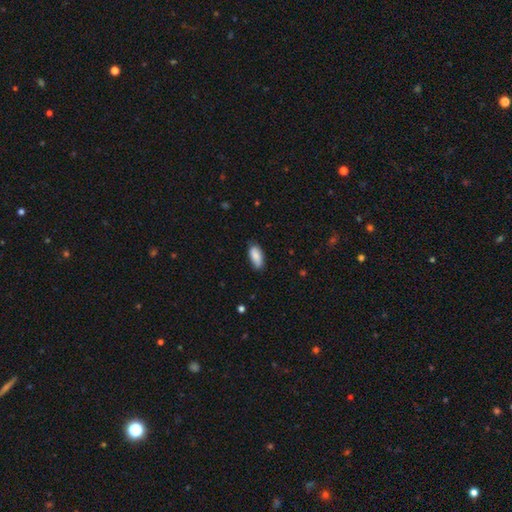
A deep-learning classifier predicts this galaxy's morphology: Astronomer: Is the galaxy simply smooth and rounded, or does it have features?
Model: smooth — 87%.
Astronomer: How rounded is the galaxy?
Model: in between — 86%.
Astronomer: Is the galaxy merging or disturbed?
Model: none — 79%.